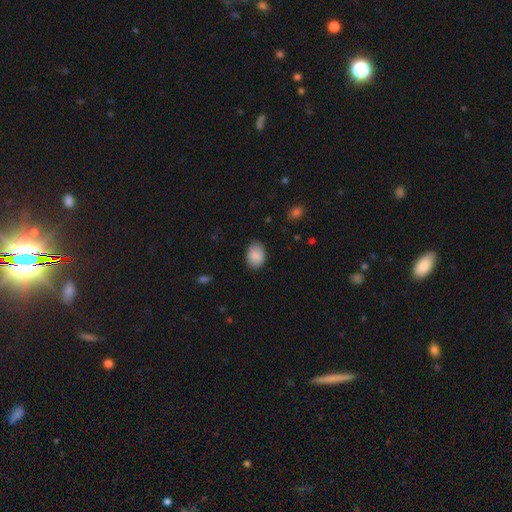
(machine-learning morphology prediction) A smooth galaxy with no disk features (88%) that is in between round and cigar-shaped (72%).

Vote fractions:
- Smooth or featured? smooth: 88% / star or artifact: 7% / featured or disk: 5%
- How rounded? in between: 72% / round: 27% / cigar-shaped: 1%
- Merging? none: 78% / minor disturbance: 18% / major disturbance: 3% / merger: 1%